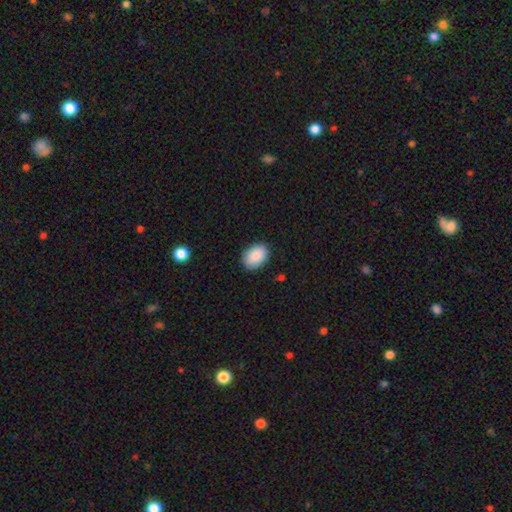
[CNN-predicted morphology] Smooth or featured? Predicted: smooth (p=0.90). How rounded? Predicted: in between (p=0.84). Merging? Predicted: none (p=0.87).